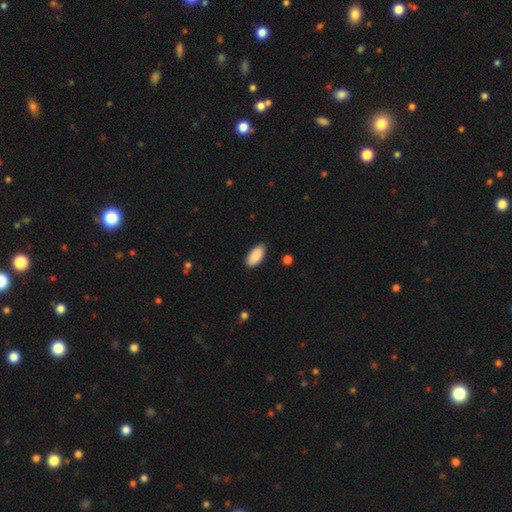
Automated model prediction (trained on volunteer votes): Overall: smooth (90%). How rounded: in between (92%). Merging: none (87%).